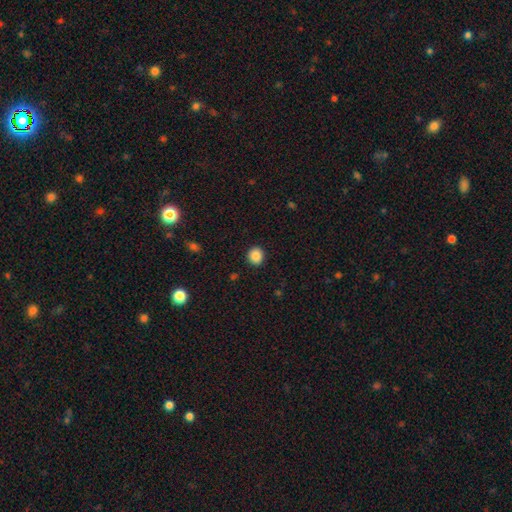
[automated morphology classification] The model was most divided on "how rounded": round: 87%, in between: 12%, cigar-shaped: 1%. More confident: merging — none (92%); smooth or featured — smooth (88%).